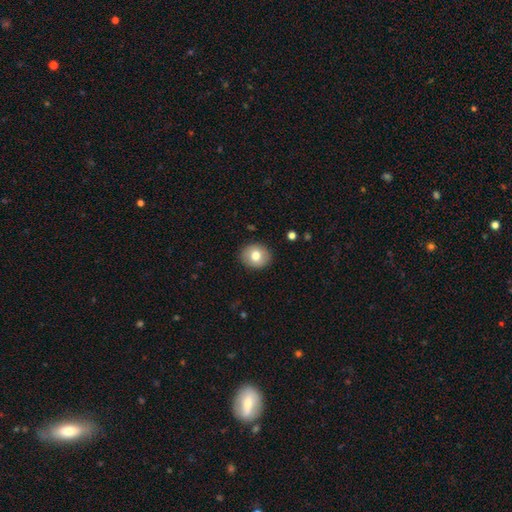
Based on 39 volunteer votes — Smooth or featured?
  - smooth: 90% *
  - featured or disk: 5%
  - star or artifact: 5%
How rounded?
  - round: 80% *
  - in between: 17%
  - cigar-shaped: 3%
Merging?
  - none: 97% *
  - merger: 3%
  - minor disturbance: 0%
  - major disturbance: 0%